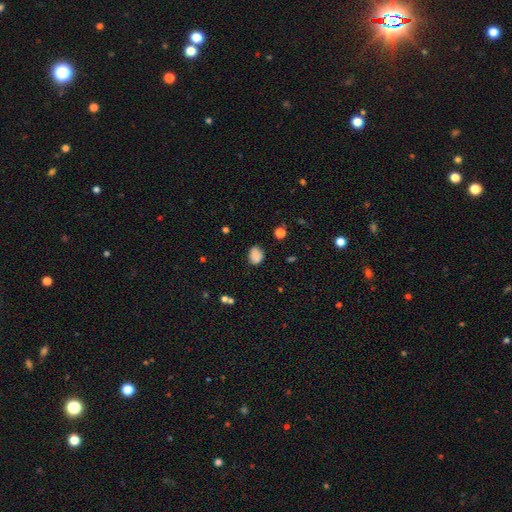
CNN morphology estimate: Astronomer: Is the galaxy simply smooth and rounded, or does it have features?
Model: smooth — 84%.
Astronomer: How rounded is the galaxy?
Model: in between — 56% (runner-up: round, 43%).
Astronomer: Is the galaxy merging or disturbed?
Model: none — 75%.